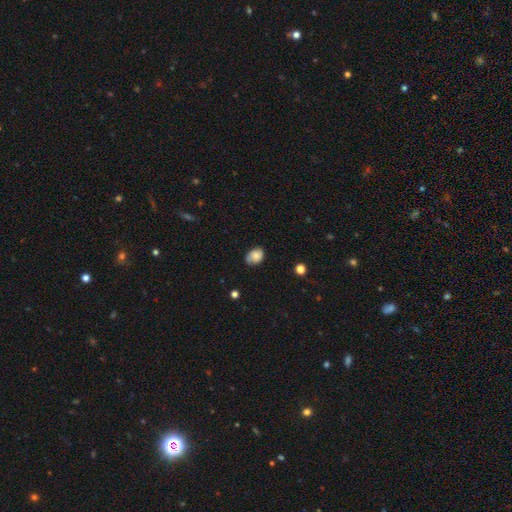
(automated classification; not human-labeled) smooth 75%, featured or disk 15%, star or artifact 9%. Down the decision tree: how rounded — in between (68%); merging — none (59%).